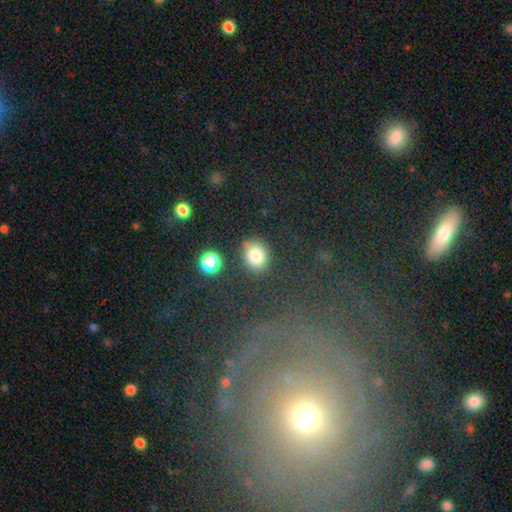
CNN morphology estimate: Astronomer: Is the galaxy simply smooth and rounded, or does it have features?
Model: smooth — 80%.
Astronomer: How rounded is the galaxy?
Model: round — 62%.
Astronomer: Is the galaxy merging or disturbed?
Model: none — 75%.